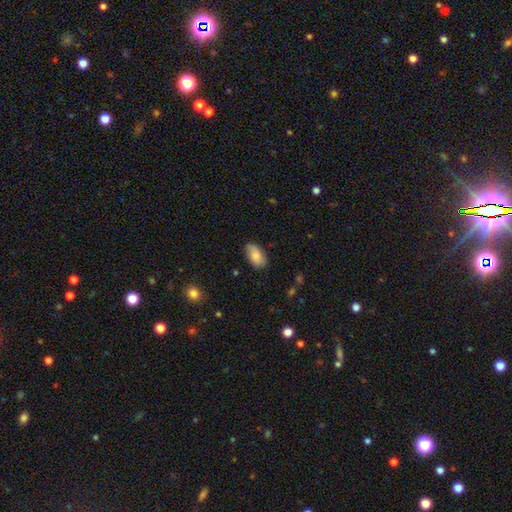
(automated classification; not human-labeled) smooth 80%, featured or disk 13%, star or artifact 7%. Down the decision tree: how rounded — in between (94%); merging — none (72%).